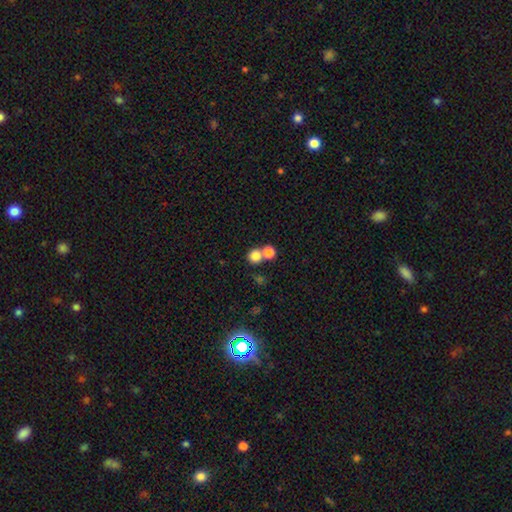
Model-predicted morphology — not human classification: smooth_or_featured: smooth (p=0.80) [alt: star or artifact p=0.13]
how_rounded: round (p=0.88) [alt: in between p=0.11]
merging: none (p=0.54) [alt: merger p=0.37]